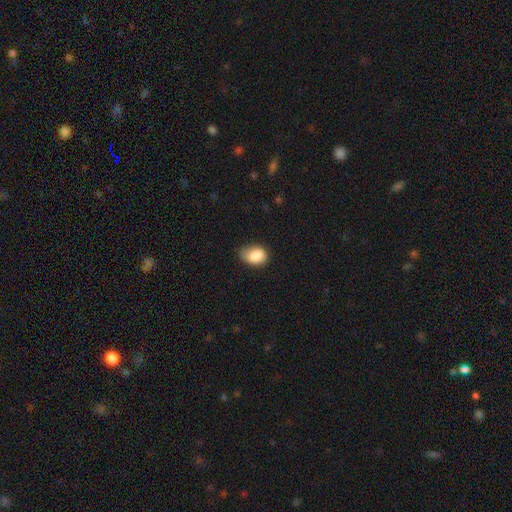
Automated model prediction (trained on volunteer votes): Smooth or featured: smooth — 85% (star or artifact — 8%)
How rounded: in between — 74% (round — 25%)
Merging: none — 54% (minor disturbance — 36%)